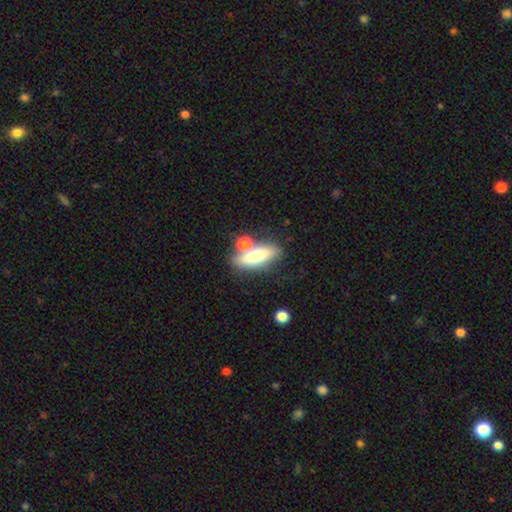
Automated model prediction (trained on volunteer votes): Morphology: type=smooth (66%); roundness=in between (54%); merging=none (54%).